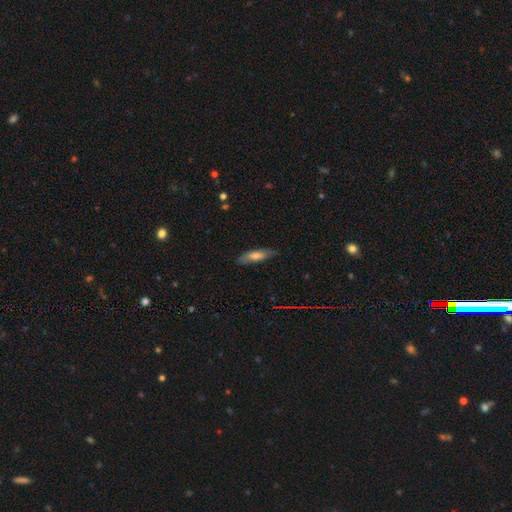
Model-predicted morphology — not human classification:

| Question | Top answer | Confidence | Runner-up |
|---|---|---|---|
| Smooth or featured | smooth | 64% | featured or disk (29%) |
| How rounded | cigar-shaped | 56% | in between (43%) |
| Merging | none | 80% | minor disturbance (16%) |